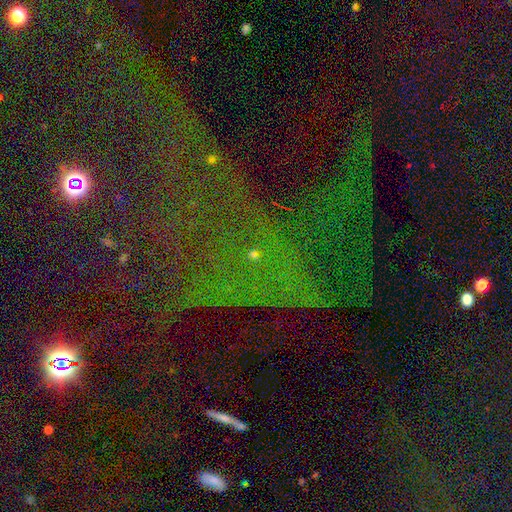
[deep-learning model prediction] Overall: star or artifact (78%).